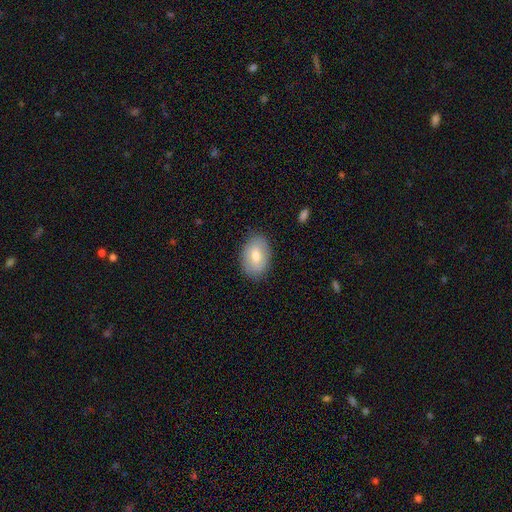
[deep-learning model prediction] This appears to be a smooth galaxy with no disk features (71%) that is in between round and cigar-shaped (85%). Merging: none (85%).